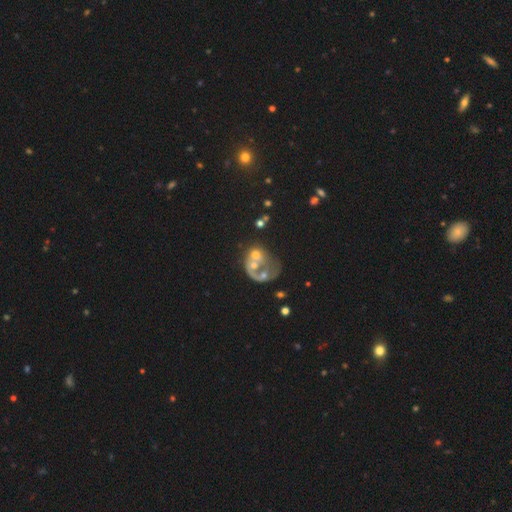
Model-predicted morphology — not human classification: This is likely a featured or disk galaxy (60%). It is clearly not viewed edge-on (98%). Bar: clearly no (86%). Spiral arm pattern: likely no (62%). Central bulge: marginally moderate (42%). Merging: possibly merger (60%).